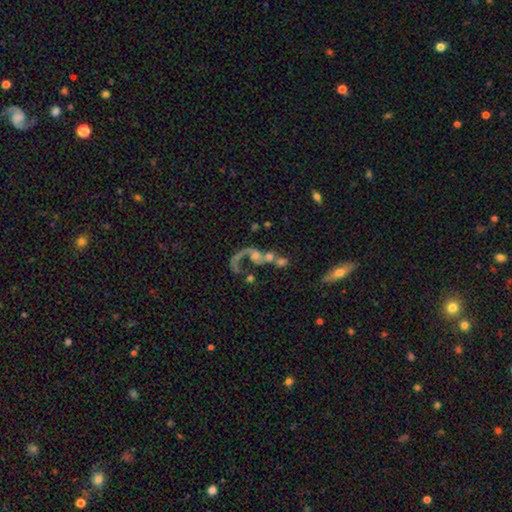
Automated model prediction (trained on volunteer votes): The model was most divided on "bulge size" (2-way tie): moderate: 32%, small: 32%, none: 24%, large: 9%, dominant: 3%. Remaining: edge-on disk — no (94%); bar — no (75%); smooth or featured — featured or disk (67%); spiral arms — yes (67%); merging — merger (47%).